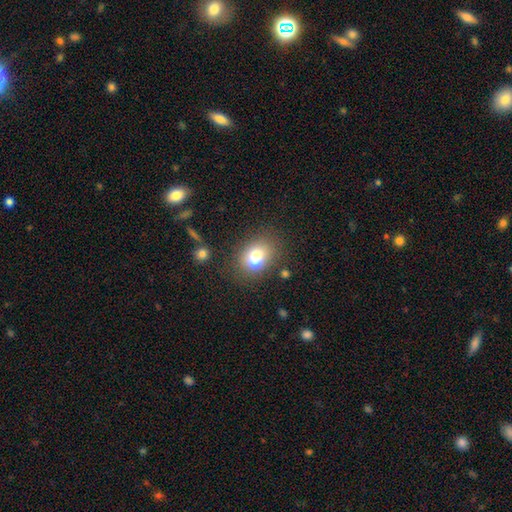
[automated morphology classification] A smooth galaxy with no disk features (73%) that is in between round and cigar-shaped (64%).

Vote fractions:
- Smooth or featured? smooth: 73% / featured or disk: 16% / star or artifact: 11%
- How rounded? in between: 64% / round: 34% / cigar-shaped: 1%
- Merging? none: 57% / merger: 21% / minor disturbance: 16% / major disturbance: 6%